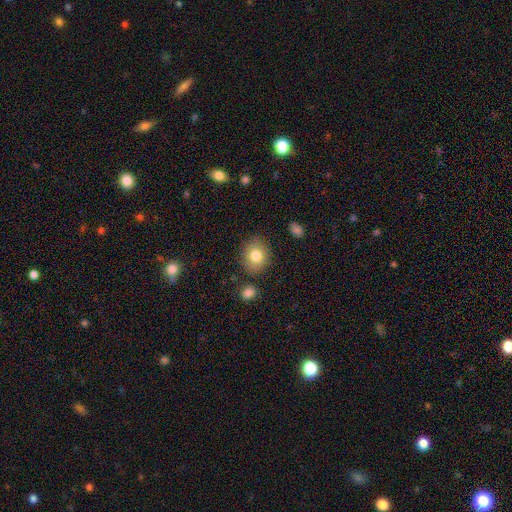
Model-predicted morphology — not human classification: A smooth galaxy with no disk features (80%) that is round (67%). Merging: none (83%).